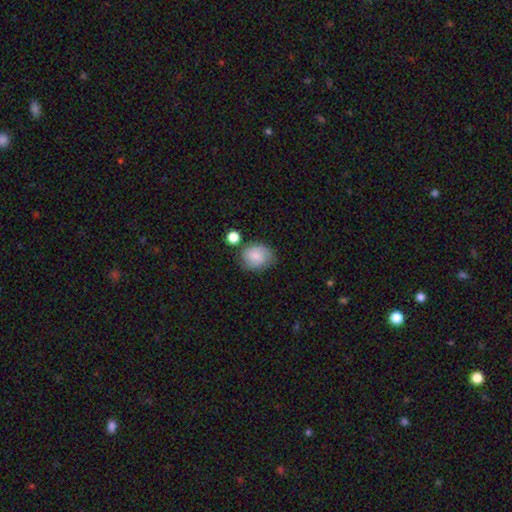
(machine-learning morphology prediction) The model was most divided on "how rounded": round: 56%, in between: 43%, cigar-shaped: 1%. More confident: smooth or featured — smooth (76%); merging — none (66%).